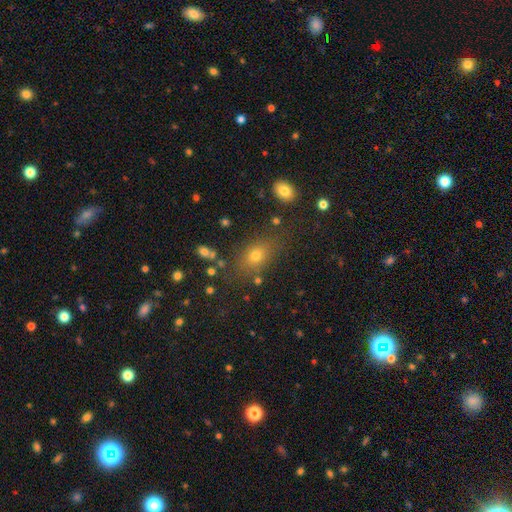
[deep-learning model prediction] This appears to be a smooth galaxy with no disk features (69%) that is in between round and cigar-shaped (66%). Merging: none (74%).